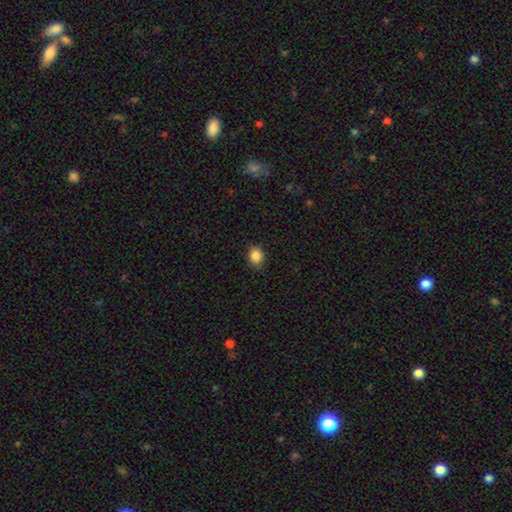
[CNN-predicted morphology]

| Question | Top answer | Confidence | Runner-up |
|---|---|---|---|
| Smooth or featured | smooth | 87% | star or artifact (9%) |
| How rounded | in between | 53% | round (46%) |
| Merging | none | 84% | minor disturbance (13%) |